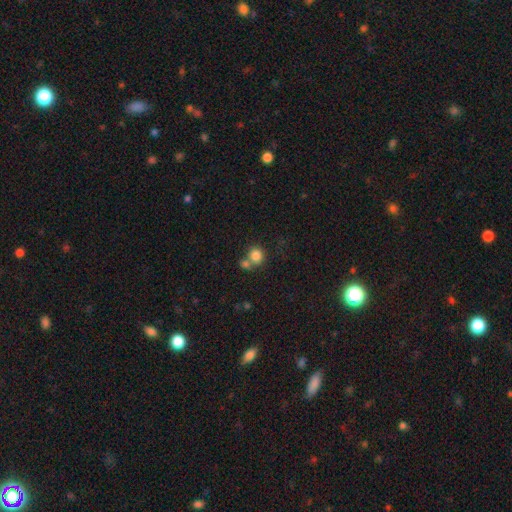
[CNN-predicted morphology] The model was most divided on "merging": none: 47%, merger: 40%, minor disturbance: 9%, major disturbance: 4%. More confident: smooth or featured — smooth (83%); how rounded — round (78%).